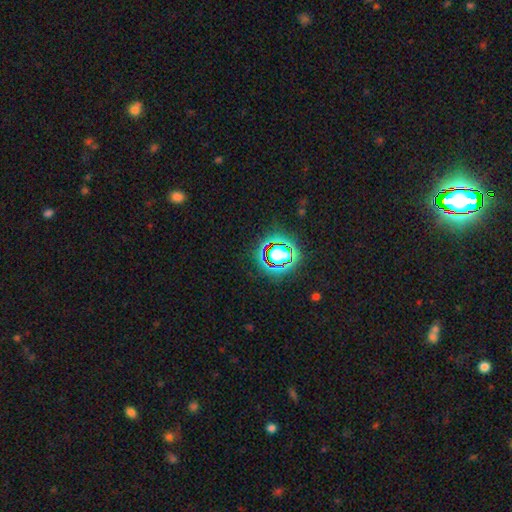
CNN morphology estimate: Smooth or featured?
  - star or artifact: 81% *
  - smooth: 11%
  - featured or disk: 7%